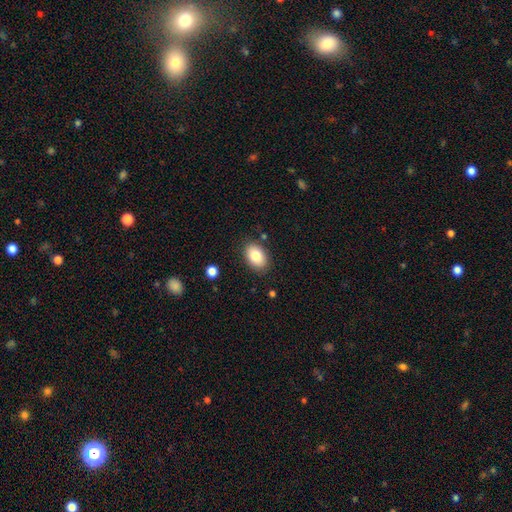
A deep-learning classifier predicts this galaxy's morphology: Q: Smooth or featured?
A: smooth (83%); runner-up: featured or disk (10%)
Q: How rounded?
A: in between (86%); runner-up: round (13%)
Q: Merging?
A: none (85%); runner-up: minor disturbance (11%)